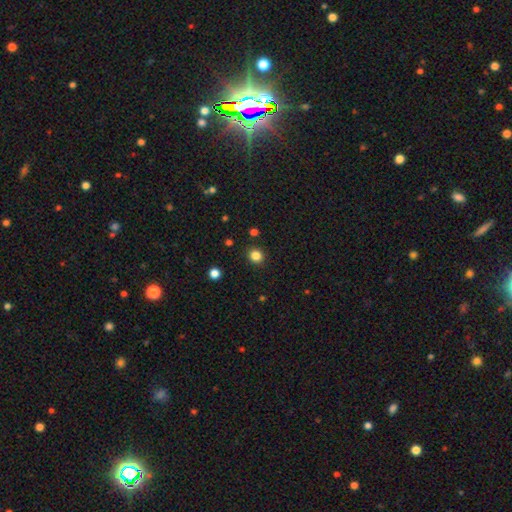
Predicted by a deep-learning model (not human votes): smooth 84%, star or artifact 13%, featured or disk 4%. Down the decision tree: how rounded — round (89%); merging — none (91%).